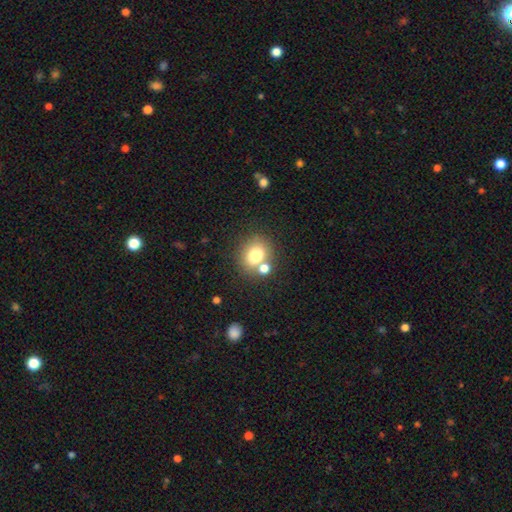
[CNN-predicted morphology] A smooth galaxy with no disk features (77%) that is round (62%).

Vote fractions:
- Smooth or featured? smooth: 77% / star or artifact: 12% / featured or disk: 12%
- How rounded? round: 62% / in between: 37% / cigar-shaped: 1%
- Merging? none: 62% / merger: 22% / minor disturbance: 11% / major disturbance: 4%